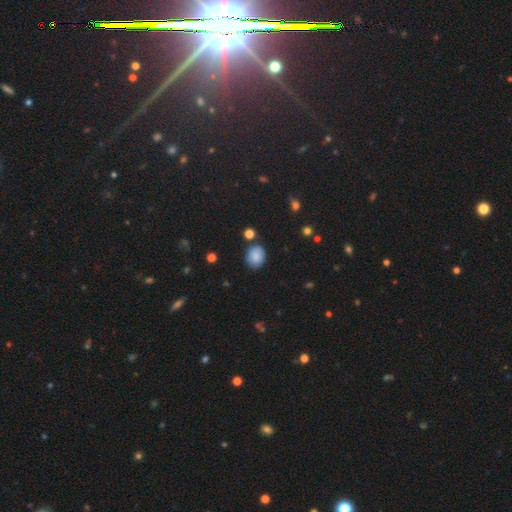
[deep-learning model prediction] A smooth galaxy with no disk features (86%) that is round (53%).

Vote fractions:
- Smooth or featured? smooth: 86% / star or artifact: 9% / featured or disk: 5%
- How rounded? round: 53% / in between: 46% / cigar-shaped: 1%
- Merging? none: 81% / minor disturbance: 12% / merger: 4% / major disturbance: 3%